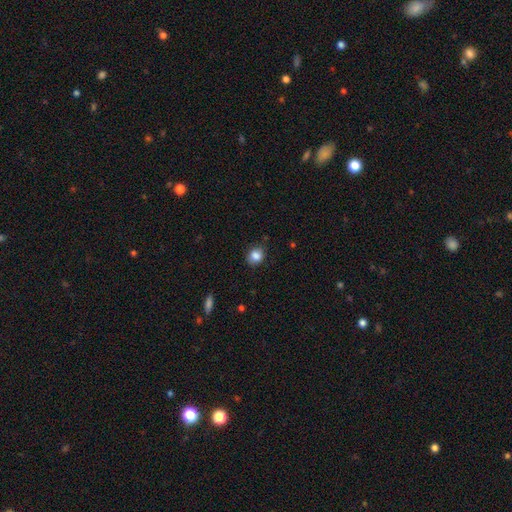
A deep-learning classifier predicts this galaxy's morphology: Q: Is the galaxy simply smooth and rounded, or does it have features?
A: smooth — 85%.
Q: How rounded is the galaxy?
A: round — 67%.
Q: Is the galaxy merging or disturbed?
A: none — 81%.